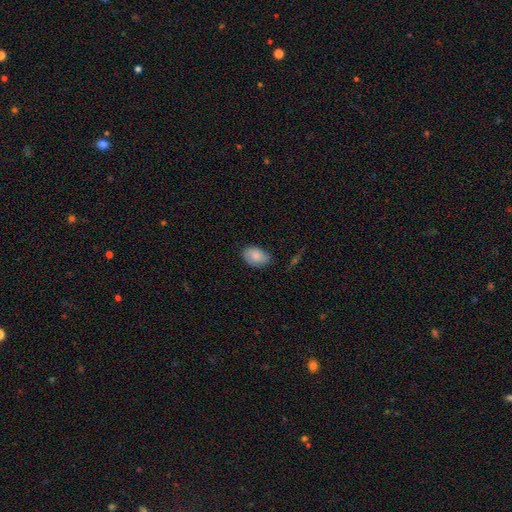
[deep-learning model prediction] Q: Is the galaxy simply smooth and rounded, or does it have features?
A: smooth — 82%.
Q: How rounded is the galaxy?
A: in between — 83%.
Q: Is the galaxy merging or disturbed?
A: none — 70%.